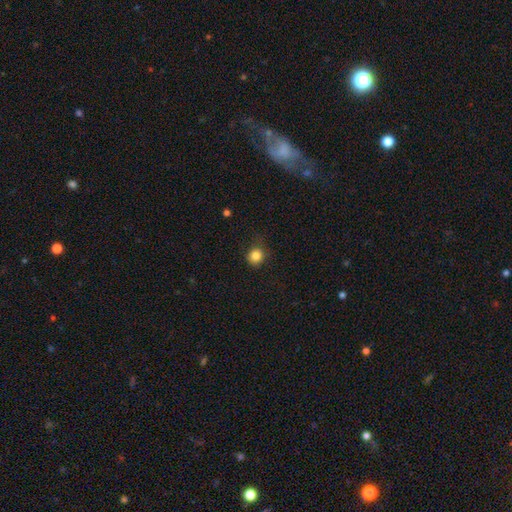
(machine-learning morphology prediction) smooth-or-featured: smooth: 84% | star or artifact: 12% | featured or disk: 4%
  how-rounded: round: 90% | in between: 9% | cigar-shaped: 1%
  merging: none: 80% | minor disturbance: 15% | major disturbance: 4% | merger: 1%